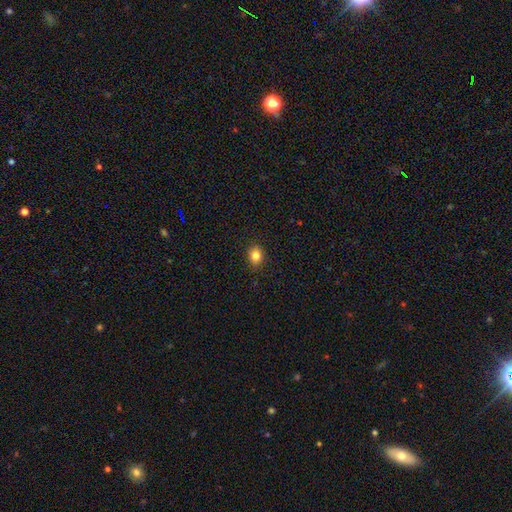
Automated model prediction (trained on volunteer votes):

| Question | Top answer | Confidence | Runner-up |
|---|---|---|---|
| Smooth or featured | smooth | 82% | star or artifact (11%) |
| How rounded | round | 61% | in between (38%) |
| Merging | none | 87% | minor disturbance (10%) |